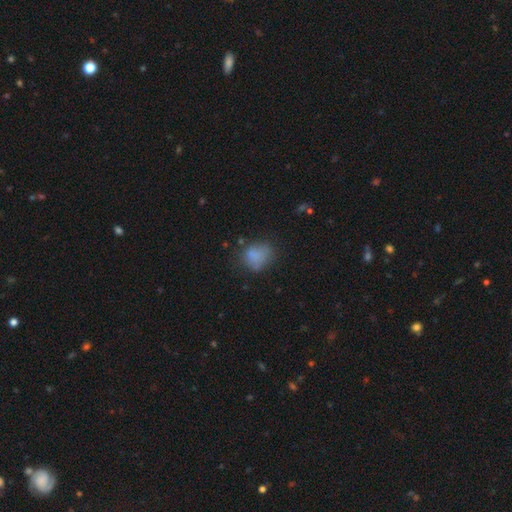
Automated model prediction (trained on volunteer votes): smooth-or-featured: smooth: 77% | star or artifact: 12% | featured or disk: 11%
  how-rounded: round: 60% | in between: 39% | cigar-shaped: 1%
  merging: none: 58% | minor disturbance: 25% | major disturbance: 13% | merger: 4%